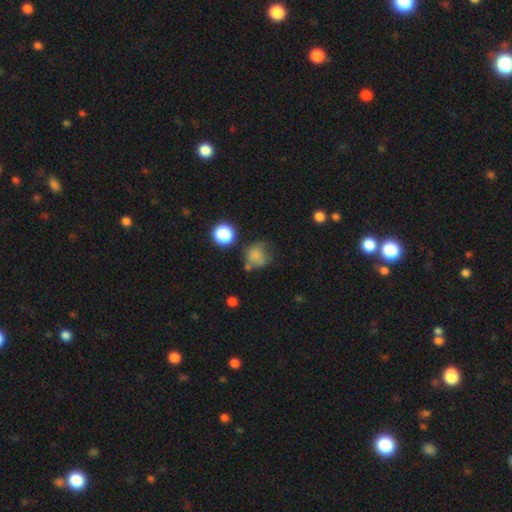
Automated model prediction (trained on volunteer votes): Q: Smooth or featured?
A: smooth (72%); runner-up: featured or disk (14%)
Q: How rounded?
A: round (78%); runner-up: in between (21%)
Q: Merging?
A: none (46%); runner-up: minor disturbance (26%)